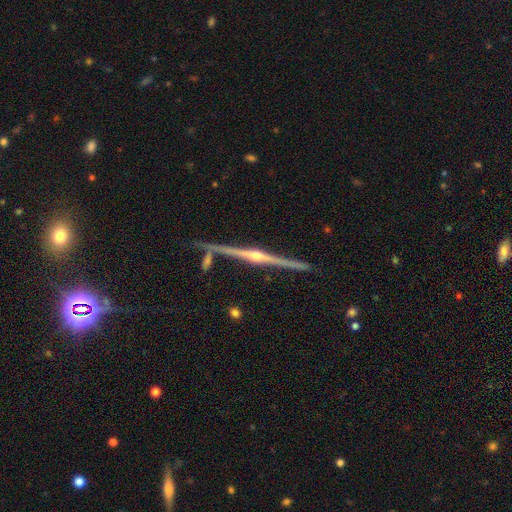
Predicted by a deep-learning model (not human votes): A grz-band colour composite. It shows a featured or disk galaxy (90%) viewed edge-on (98%) with a rounded central bulge (94%). Merging: none (85%).